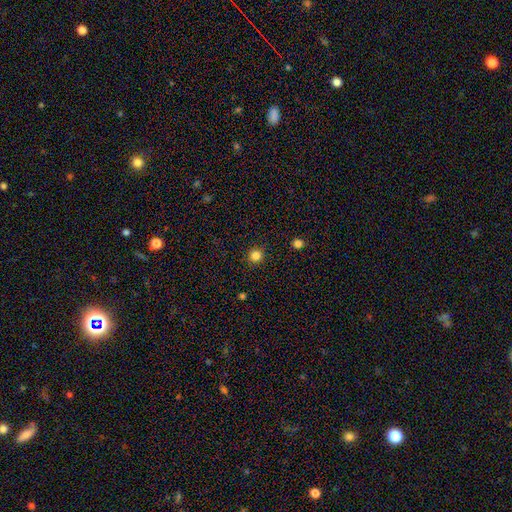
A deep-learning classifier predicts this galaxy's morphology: smooth_or_featured: smooth (p=0.83) [alt: star or artifact p=0.13]
how_rounded: round (p=0.95) [alt: in between p=0.04]
merging: none (p=0.92) [alt: minor disturbance p=0.05]